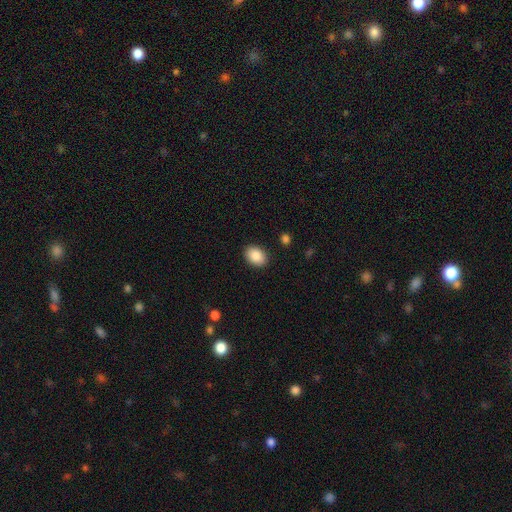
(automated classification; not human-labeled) Morphology: type=smooth (88%); roundness=in between (79%); merging=none (89%).